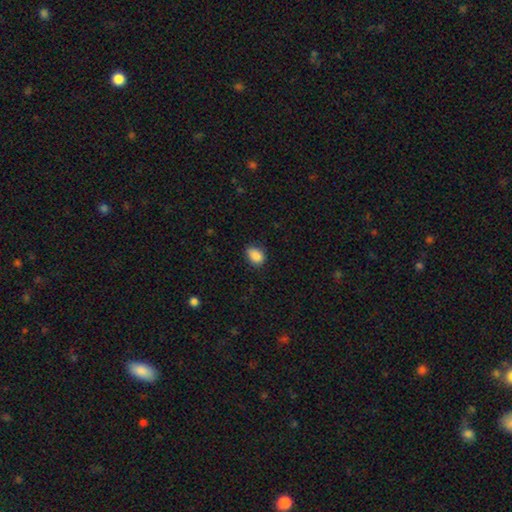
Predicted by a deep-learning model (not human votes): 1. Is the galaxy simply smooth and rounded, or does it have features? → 89% smooth, 8% star or artifact, 3% featured or disk.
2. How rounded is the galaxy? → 77% in between, 22% round, 1% cigar-shaped.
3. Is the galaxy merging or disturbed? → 80% none, 16% minor disturbance, 3% major disturbance, 1% merger.